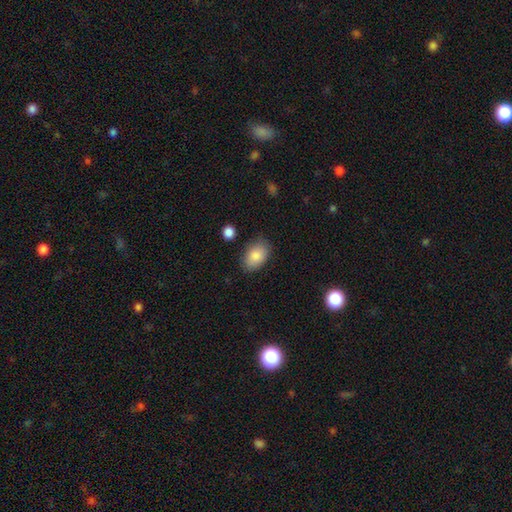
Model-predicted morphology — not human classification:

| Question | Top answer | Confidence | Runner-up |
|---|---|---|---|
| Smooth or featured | smooth | 86% | featured or disk (7%) |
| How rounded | in between | 89% | round (9%) |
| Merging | none | 81% | minor disturbance (14%) |